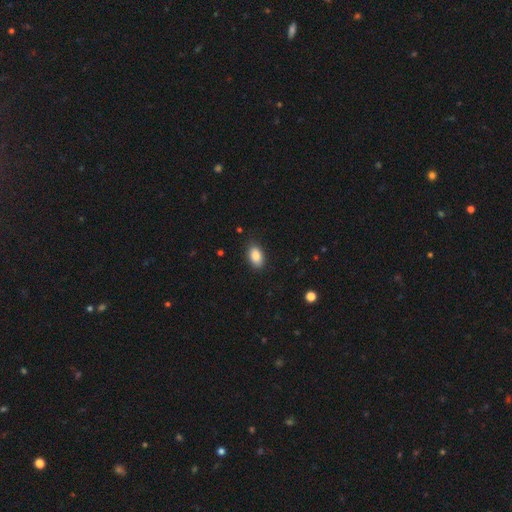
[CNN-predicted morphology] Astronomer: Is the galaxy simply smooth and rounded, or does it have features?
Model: smooth — 85%.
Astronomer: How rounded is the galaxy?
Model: in between — 90%.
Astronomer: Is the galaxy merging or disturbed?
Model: none — 85%.